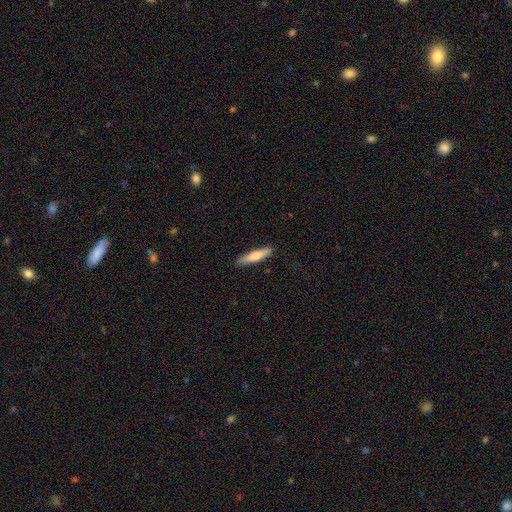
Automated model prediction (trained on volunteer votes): smooth_or_featured: smooth (p=0.67) [alt: featured or disk p=0.27]
how_rounded: cigar-shaped (p=0.86) [alt: in between p=0.13]
merging: none (p=0.89) [alt: minor disturbance p=0.08]